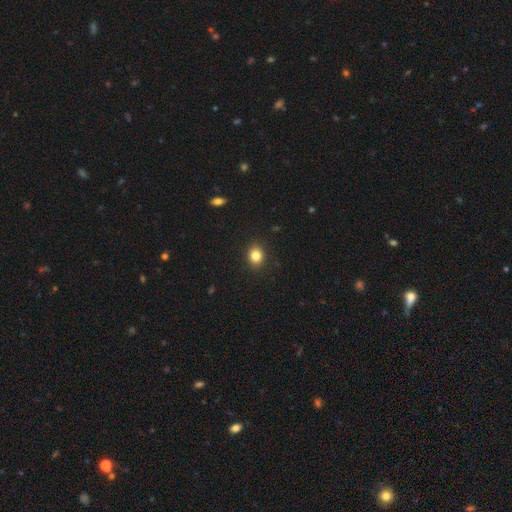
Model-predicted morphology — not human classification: Smooth or featured: smooth — 83% (star or artifact — 11%)
How rounded: round — 62% (in between — 37%)
Merging: none — 90% (minor disturbance — 7%)